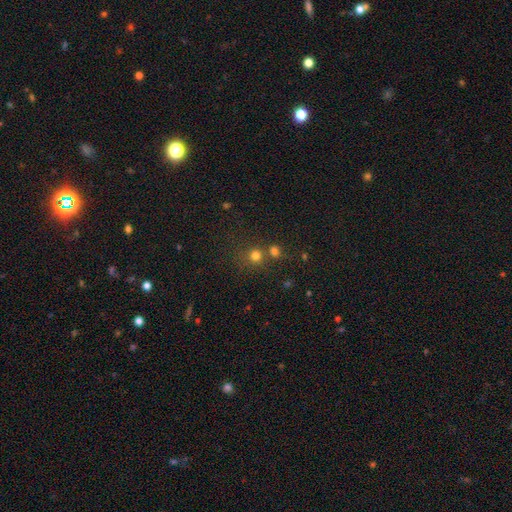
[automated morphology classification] This appears to be a smooth galaxy with no disk features (74%) that is round (90%). Merging: none (62%).